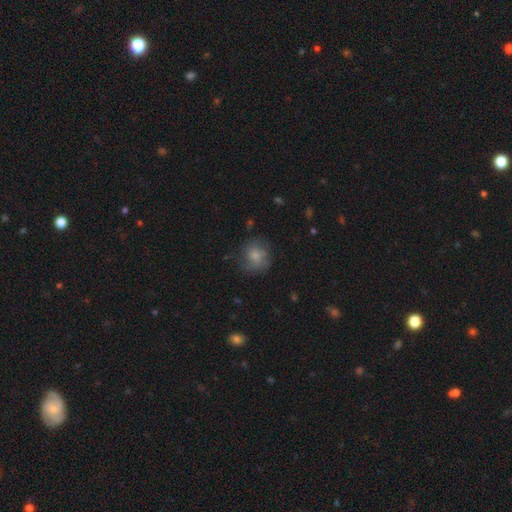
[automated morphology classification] Q: Smooth or featured?
A: smooth (72%); runner-up: featured or disk (19%)
Q: How rounded?
A: round (82%); runner-up: in between (17%)
Q: Merging?
A: none (67%); runner-up: minor disturbance (21%)